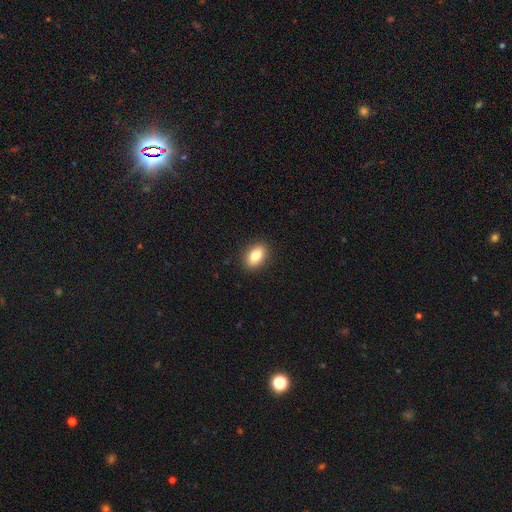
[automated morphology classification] Overall: smooth (83%). How rounded: in between (85%). Merging: none (90%).